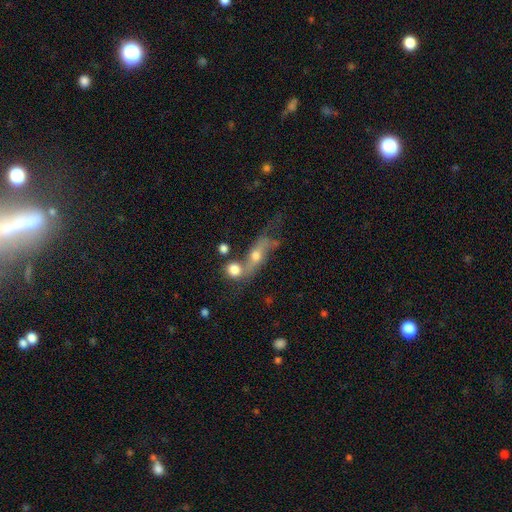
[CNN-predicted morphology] Overall: featured or disk (50%; smooth 32%). Edge-on disk: no (70%; yes 30%). Merging: merger (36%; none 35%).